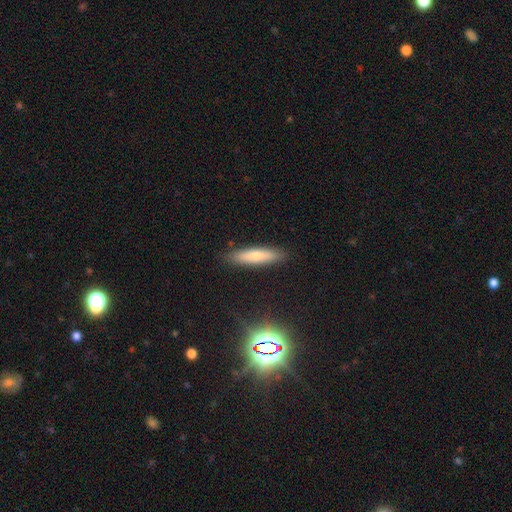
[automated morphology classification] Q: Smooth or featured?
A: smooth (72%); runner-up: featured or disk (20%)
Q: How rounded?
A: cigar-shaped (80%); runner-up: in between (18%)
Q: Merging?
A: none (88%); runner-up: minor disturbance (9%)